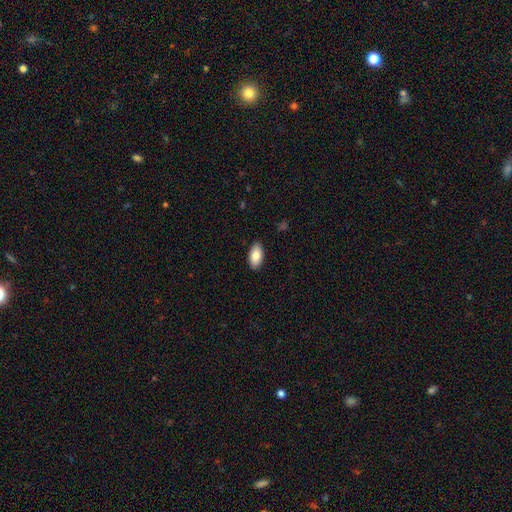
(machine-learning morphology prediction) Smooth or featured?
  - smooth: 85% *
  - featured or disk: 9%
  - star or artifact: 6%
How rounded?
  - in between: 94% *
  - cigar-shaped: 4%
  - round: 3%
Merging?
  - none: 89% *
  - minor disturbance: 9%
  - major disturbance: 2%
  - merger: 1%